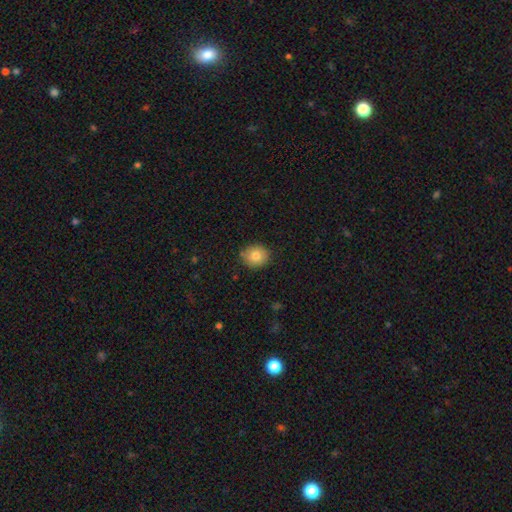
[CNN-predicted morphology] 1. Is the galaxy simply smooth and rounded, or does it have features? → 81% smooth, 10% star or artifact, 9% featured or disk.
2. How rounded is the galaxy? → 82% round, 17% in between, 1% cigar-shaped.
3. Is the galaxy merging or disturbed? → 84% none, 12% minor disturbance, 2% major disturbance, 1% merger.